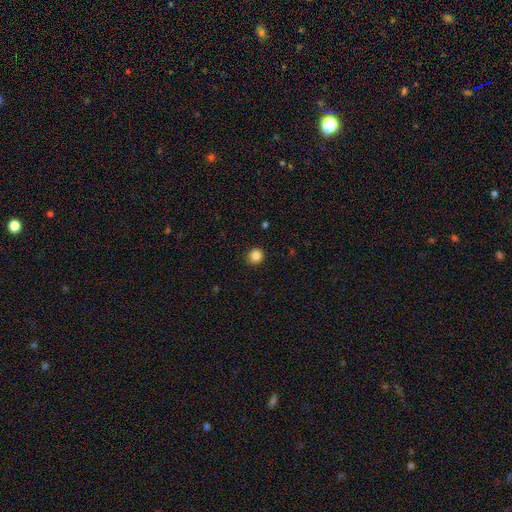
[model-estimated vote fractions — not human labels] A smooth galaxy with no disk features (86%) that is round (89%).

Vote fractions:
- Smooth or featured? smooth: 86% / star or artifact: 10% / featured or disk: 3%
- How rounded? round: 89% / in between: 10% / cigar-shaped: 1%
- Merging? none: 91% / minor disturbance: 6% / major disturbance: 2% / merger: 1%